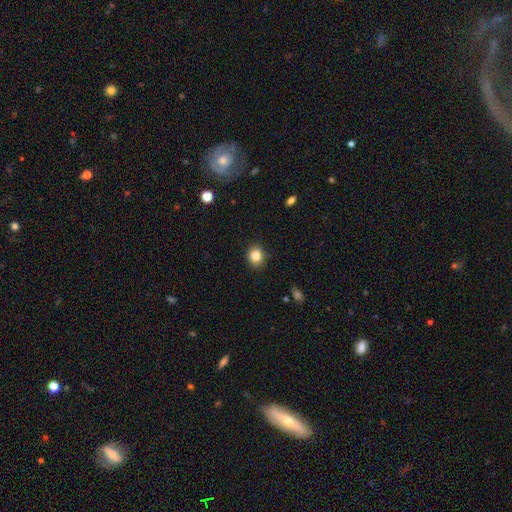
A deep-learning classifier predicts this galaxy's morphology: Smooth or featured? smooth (83%)
How rounded? round (71%)
Merging? none (90%)